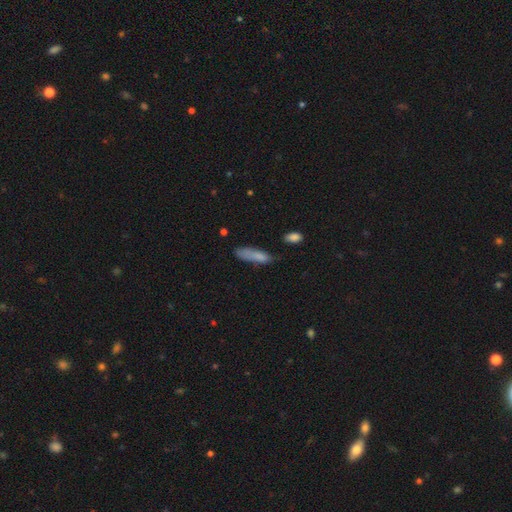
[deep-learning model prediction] smooth 78%, featured or disk 13%, star or artifact 9%. Down the decision tree: how rounded — cigar-shaped (64%); merging — none (49%).